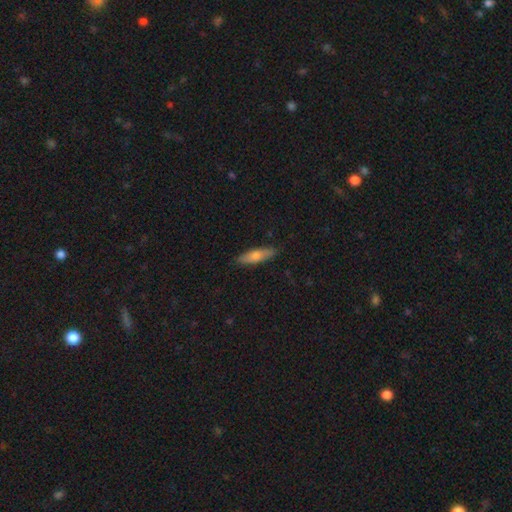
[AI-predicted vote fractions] This appears to be a smooth galaxy with no disk features (68%) that is cigar-shaped (60%). Merging: none (88%).